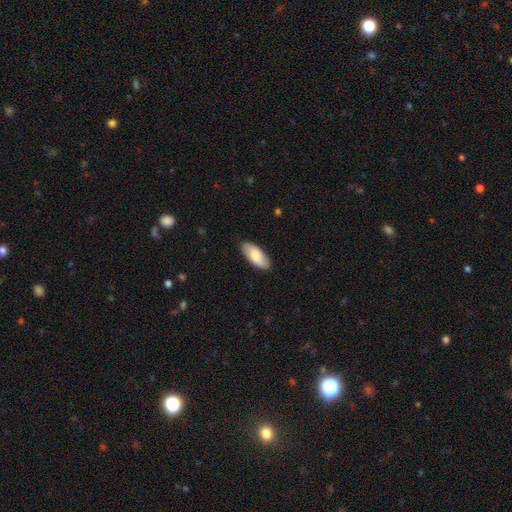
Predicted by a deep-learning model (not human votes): A smooth galaxy with no disk features (78%) that is in between round and cigar-shaped (86%).

Vote fractions:
- Smooth or featured? smooth: 78% / featured or disk: 17% / star or artifact: 5%
- How rounded? in between: 86% / cigar-shaped: 12% / round: 2%
- Merging? none: 88% / minor disturbance: 10% / major disturbance: 2% / merger: 1%